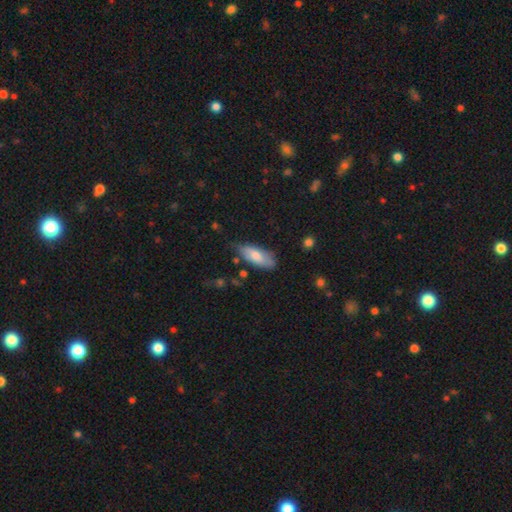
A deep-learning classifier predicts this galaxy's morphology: smooth_or_featured: smooth (p=0.75) [alt: featured or disk p=0.19]
how_rounded: in between (p=0.78) [alt: cigar-shaped p=0.19]
merging: none (p=0.66) [alt: minor disturbance p=0.26]